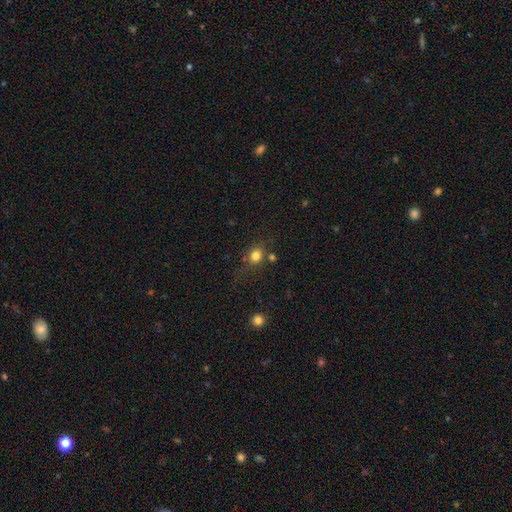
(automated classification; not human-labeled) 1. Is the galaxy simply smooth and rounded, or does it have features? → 79% smooth, 13% star or artifact, 8% featured or disk.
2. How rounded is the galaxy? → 76% round, 23% in between, 1% cigar-shaped.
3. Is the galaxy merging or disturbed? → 68% none, 16% minor disturbance, 9% merger, 7% major disturbance.